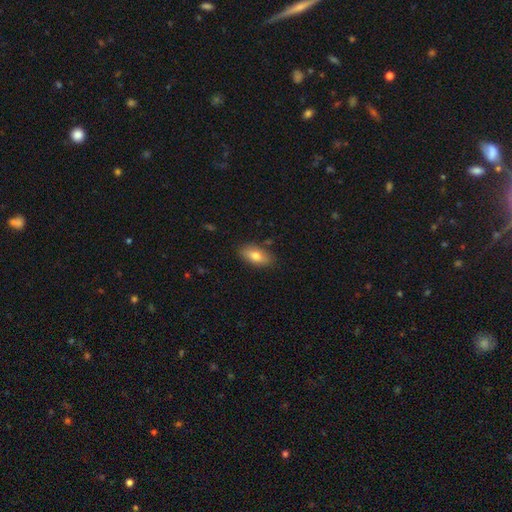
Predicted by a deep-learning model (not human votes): Smooth or featured? smooth (77%)
How rounded? in between (88%)
Merging? none (84%)